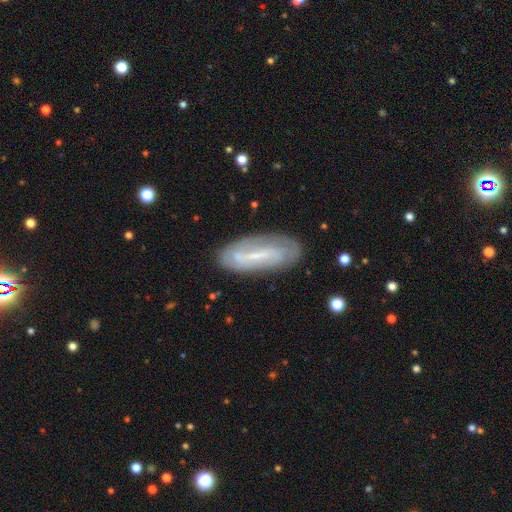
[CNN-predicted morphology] Smooth or featured? Predicted: featured or disk (p=0.64). Edge-on disk? Predicted: no (p=0.82). Bar? Predicted: strong (p=0.50). Spiral arms? Predicted: yes (p=0.69). Bulge size? Predicted: small (p=0.56). Merging? Predicted: none (p=0.75).